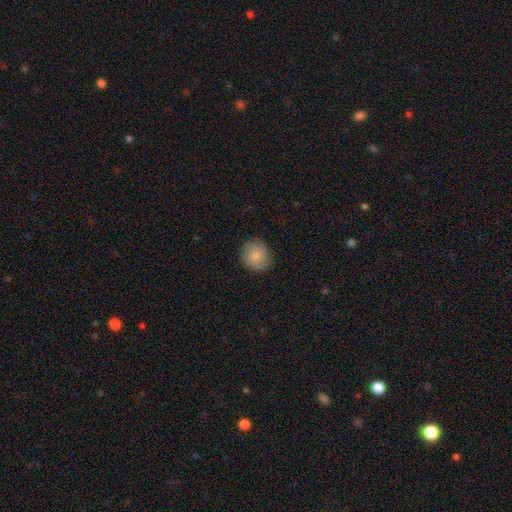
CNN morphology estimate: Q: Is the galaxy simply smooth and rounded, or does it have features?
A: smooth — 83%.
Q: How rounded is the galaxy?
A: round — 89%.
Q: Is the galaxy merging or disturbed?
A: none — 86%.